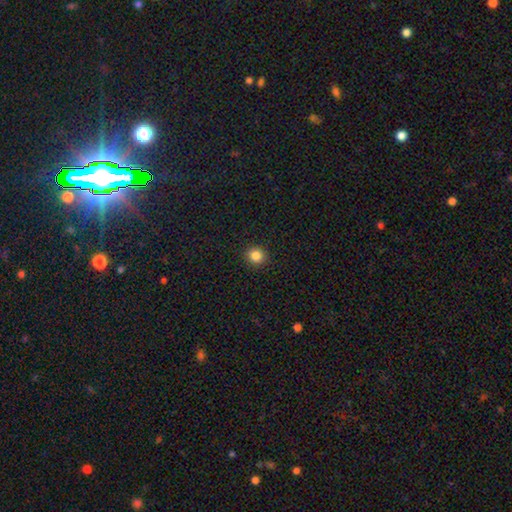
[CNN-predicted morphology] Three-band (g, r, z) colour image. It shows a smooth galaxy with no disk features (84%) that is round (92%). Merging: none (93%).